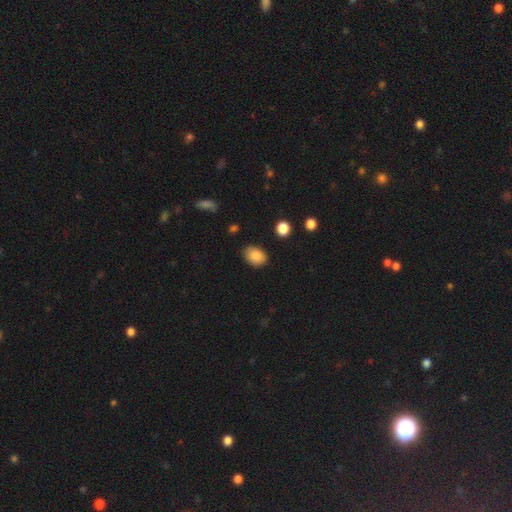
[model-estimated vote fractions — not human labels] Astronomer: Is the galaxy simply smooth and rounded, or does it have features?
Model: smooth — 88%.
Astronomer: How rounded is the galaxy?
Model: in between — 76%.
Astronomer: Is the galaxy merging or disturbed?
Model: none — 85%.